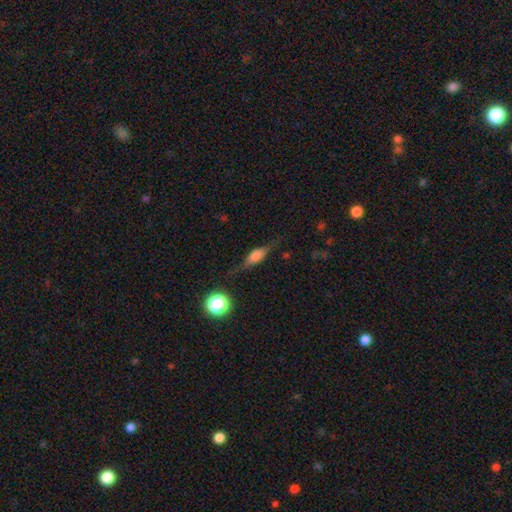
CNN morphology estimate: smooth-or-featured: featured or disk: 55% | smooth: 35% | star or artifact: 10%
  disk-edge-on: yes: 93% | no: 7%
    edge-on-bulge: rounded: 75% | boxy: 21% | none: 4%
  merging: none: 75% | minor disturbance: 17% | major disturbance: 7% | merger: 2%